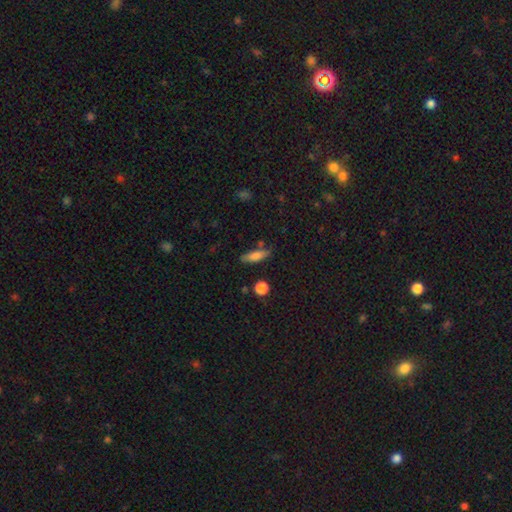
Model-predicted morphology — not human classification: Q: Smooth or featured?
A: smooth (76%); runner-up: featured or disk (16%)
Q: How rounded?
A: cigar-shaped (52%); runner-up: in between (45%)
Q: Merging?
A: none (74%); runner-up: minor disturbance (16%)